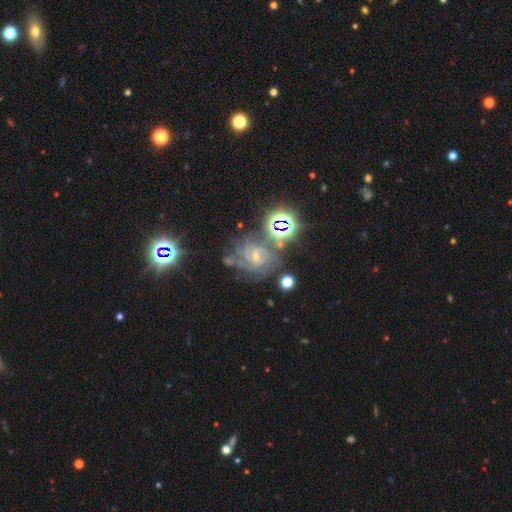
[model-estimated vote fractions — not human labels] The model was most divided on "bar": weak: 45%, no: 40%, strong: 15%. Remaining: edge-on disk — no (97%); spiral arms — yes (87%); smooth or featured — featured or disk (62%); bulge size — small (59%); spiral winding — tight (56%); merging — none (50%); spiral arm count — can't tell (44%).